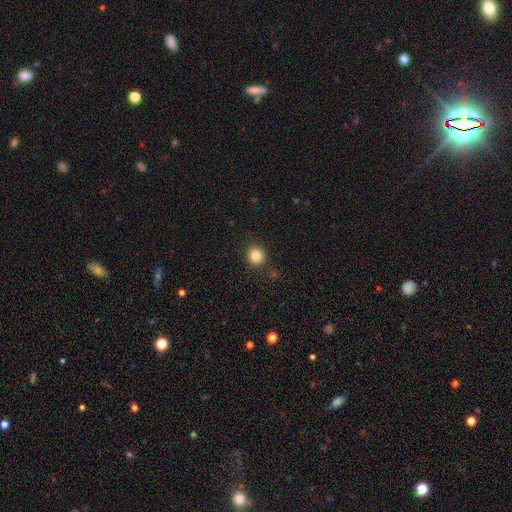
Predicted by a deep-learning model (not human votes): Overall: smooth (83%). How rounded: round (88%). Merging: none (89%).